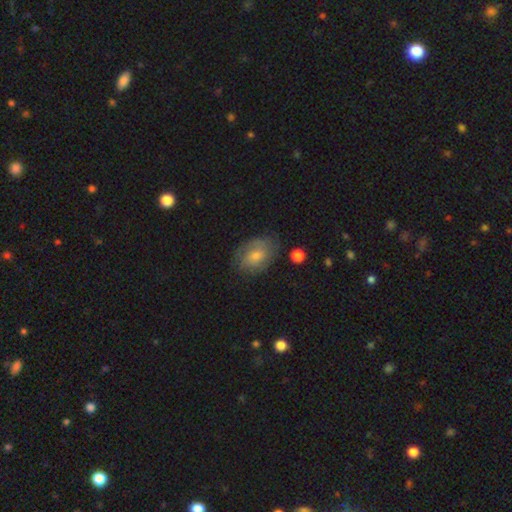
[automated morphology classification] A smooth galaxy with no disk features (51%) that is in between round and cigar-shaped (77%). Merging: none (72%).